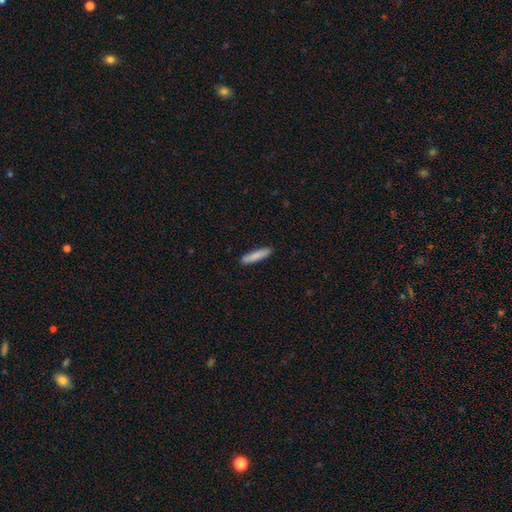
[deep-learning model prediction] smooth 85%, featured or disk 9%, star or artifact 6%. Down the decision tree: how rounded — cigar-shaped (88%); merging — none (88%).